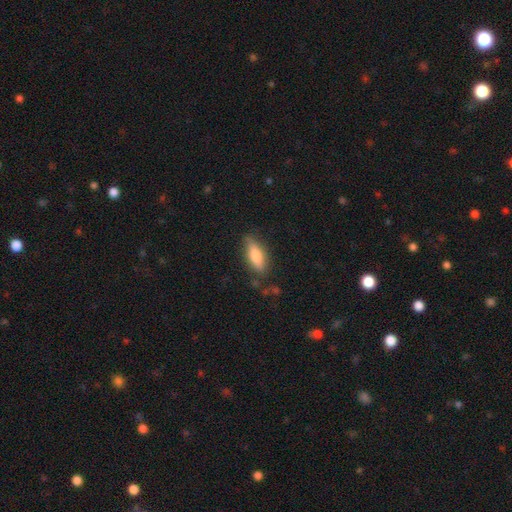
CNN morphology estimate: Smooth or featured: smooth — 70% (featured or disk — 23%)
How rounded: in between — 59% (cigar-shaped — 38%)
Merging: none — 76% (minor disturbance — 18%)